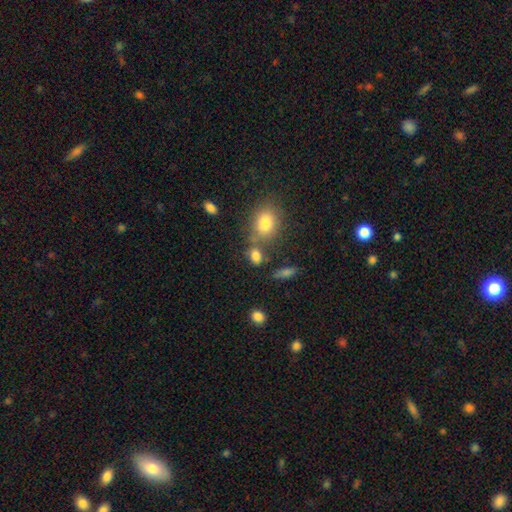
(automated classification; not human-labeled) This is clearly a smooth galaxy (80%). How rounded: likely in between (69%). Merging: possibly none (56%).